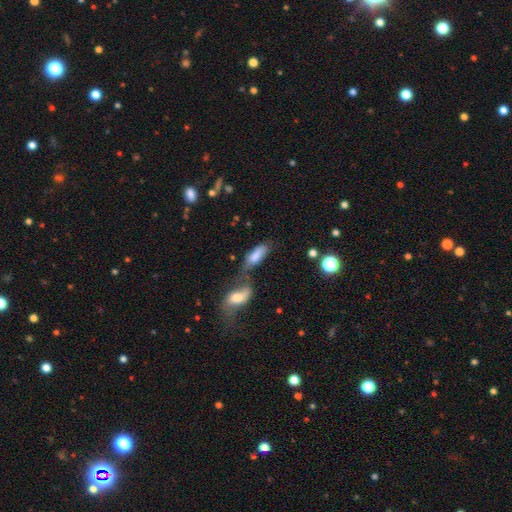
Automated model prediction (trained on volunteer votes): The model was most divided on "merging": merger: 53%, none: 23%, minor disturbance: 13%, major disturbance: 11%. More confident: how rounded — in between (76%); smooth or featured — smooth (74%).